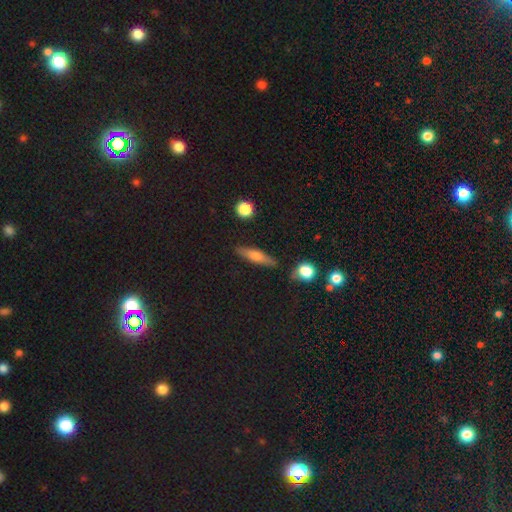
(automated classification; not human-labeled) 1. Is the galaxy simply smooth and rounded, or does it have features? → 57% smooth, 35% featured or disk, 8% star or artifact.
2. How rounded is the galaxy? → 71% cigar-shaped, 25% in between, 4% round.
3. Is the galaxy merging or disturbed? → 83% none, 11% minor disturbance, 3% merger, 3% major disturbance.